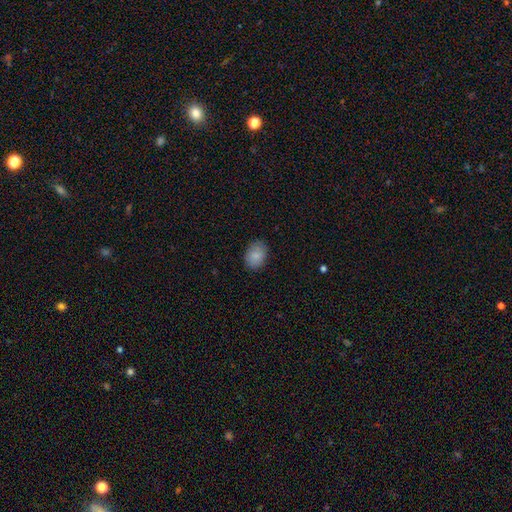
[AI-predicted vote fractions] smooth-or-featured: smooth: 87% | star or artifact: 7% | featured or disk: 6%
  how-rounded: in between: 71% | round: 28% | cigar-shaped: 1%
  merging: none: 86% | minor disturbance: 11% | major disturbance: 3% | merger: 1%